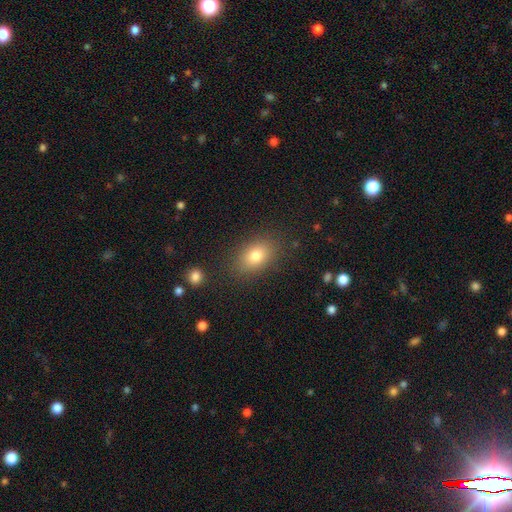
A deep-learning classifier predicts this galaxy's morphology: A smooth galaxy with no disk features (79%) that is in between round and cigar-shaped (80%). Merging: none (84%).